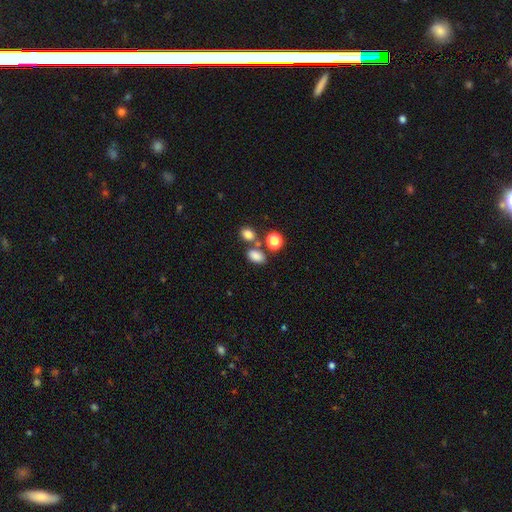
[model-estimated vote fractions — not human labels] Smooth or featured? smooth (81%)
How rounded? in between (80%)
Merging? none (60%)